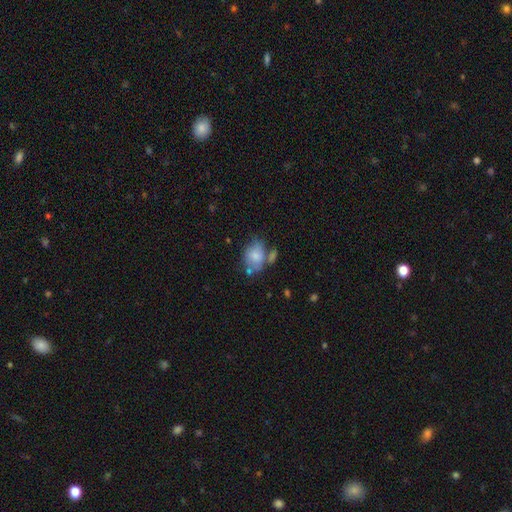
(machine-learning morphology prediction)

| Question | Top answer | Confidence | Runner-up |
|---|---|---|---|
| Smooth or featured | smooth | 70% | featured or disk (21%) |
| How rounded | in between | 63% | round (36%) |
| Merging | none | 38% | merger (26%) |